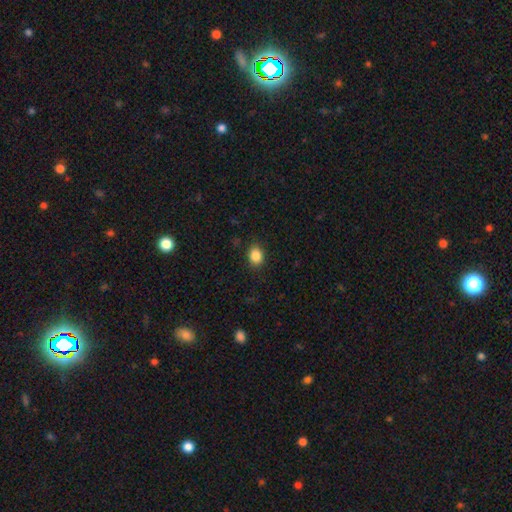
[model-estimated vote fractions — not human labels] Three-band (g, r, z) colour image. It shows a smooth galaxy with no disk features (86%) that is round (50%). Merging: none (86%).